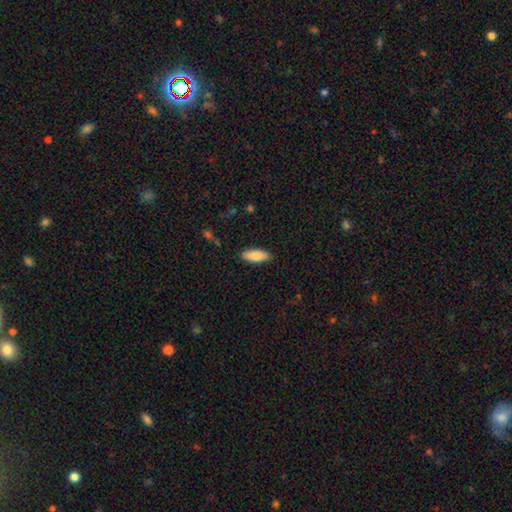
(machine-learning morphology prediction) smooth 85%, featured or disk 9%, star or artifact 6%. Down the decision tree: how rounded — in between (77%); merging — none (88%).